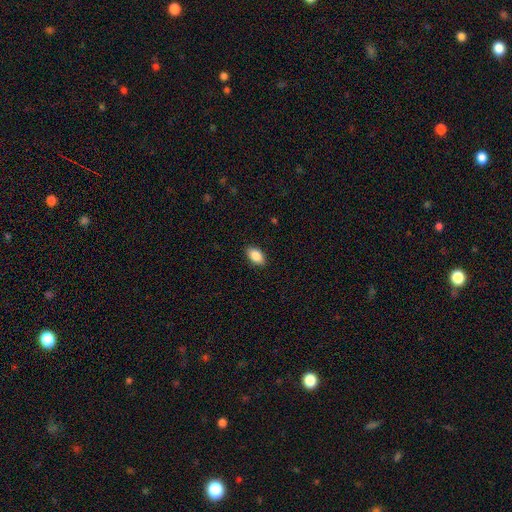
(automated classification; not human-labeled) Smooth or featured: smooth — 88% (star or artifact — 7%)
How rounded: in between — 93% (round — 4%)
Merging: none — 89% (minor disturbance — 8%)